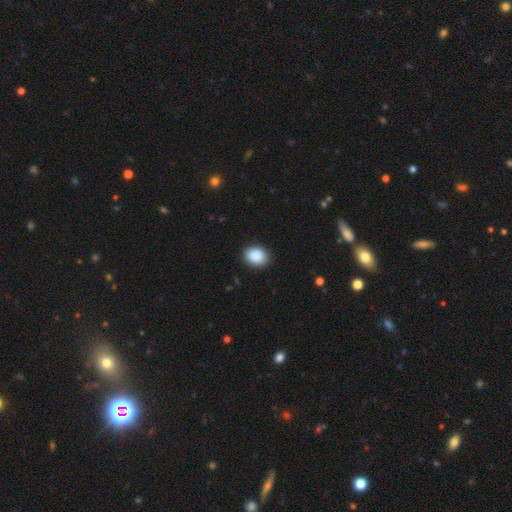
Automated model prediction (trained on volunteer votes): Smooth or featured? smooth (90%)
How rounded? in between (58%)
Merging? none (87%)